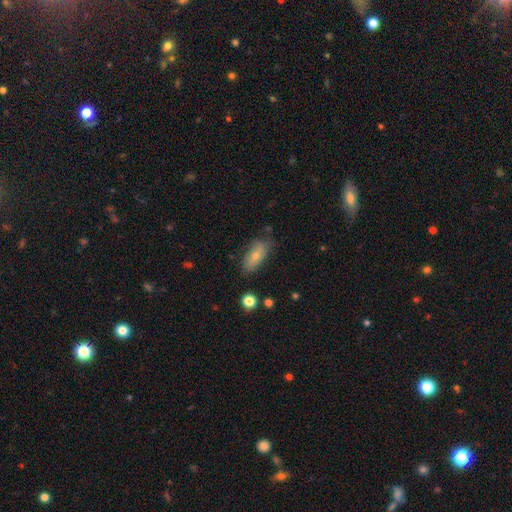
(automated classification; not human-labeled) This appears to be a smooth galaxy with no disk features (58%) that is in between round and cigar-shaped (81%). Merging: none (71%).